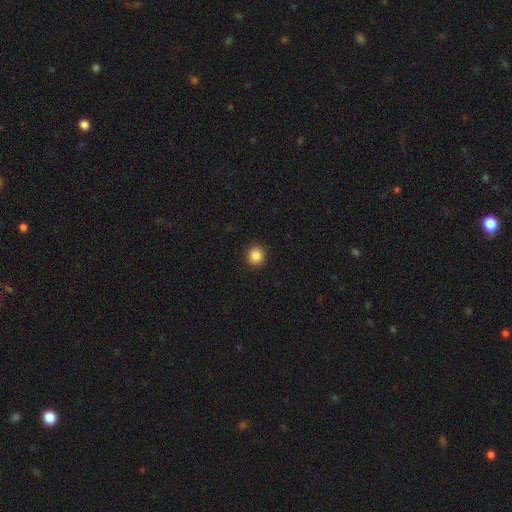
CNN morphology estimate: Smooth or featured? smooth (88%)
How rounded? round (90%)
Merging? none (92%)